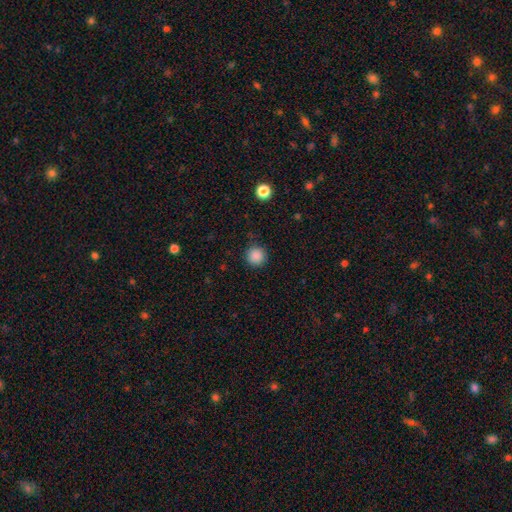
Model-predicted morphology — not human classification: smooth_or_featured: smooth (p=0.87) [alt: star or artifact p=0.10]
how_rounded: round (p=0.95) [alt: in between p=0.04]
merging: none (p=0.89) [alt: minor disturbance p=0.07]